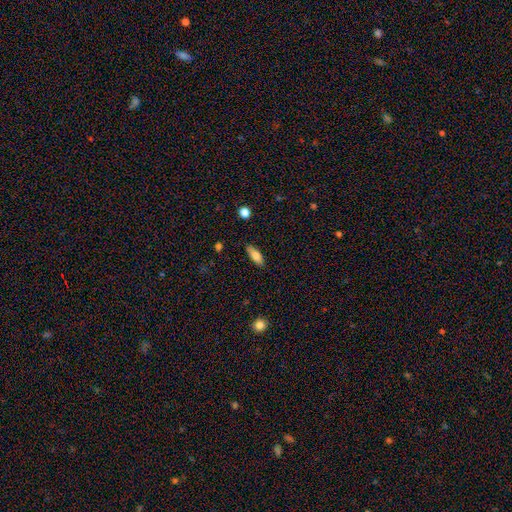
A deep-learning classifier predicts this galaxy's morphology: smooth 78%, featured or disk 15%, star or artifact 7%. Down the decision tree: how rounded — in between (68%); merging — none (83%).